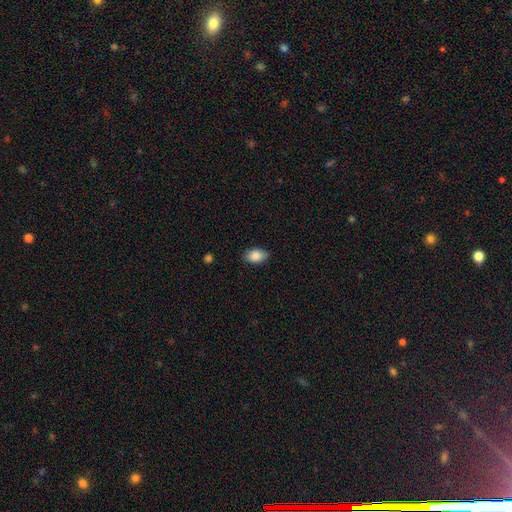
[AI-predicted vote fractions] smooth_or_featured: smooth (p=0.88) [alt: star or artifact p=0.07]
how_rounded: in between (p=0.90) [alt: round p=0.09]
merging: none (p=0.83) [alt: minor disturbance p=0.13]